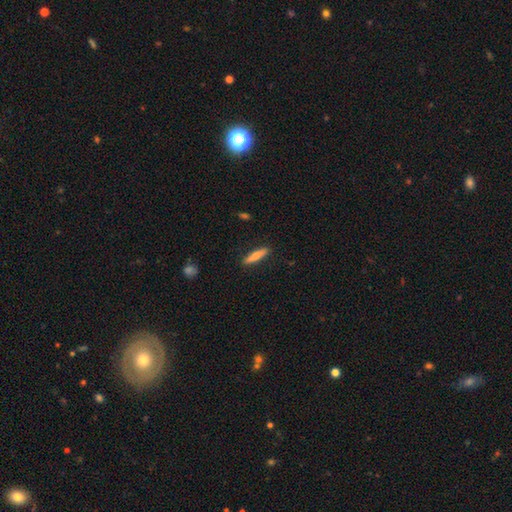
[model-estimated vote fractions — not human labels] Smooth or featured: smooth — 64% (featured or disk — 30%)
How rounded: cigar-shaped — 82% (in between — 16%)
Merging: none — 89% (minor disturbance — 8%)